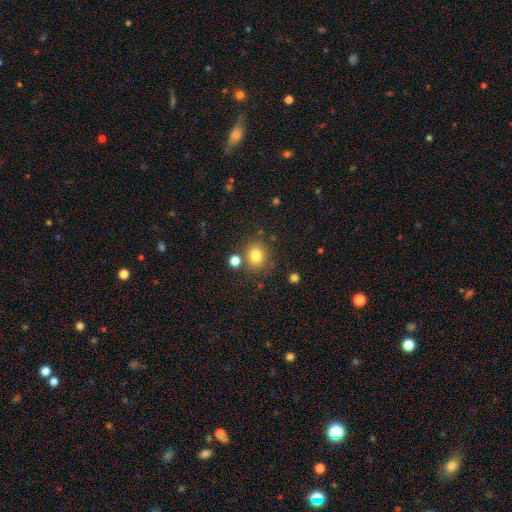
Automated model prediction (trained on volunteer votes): Smooth or featured: smooth — 79% (star or artifact — 13%)
How rounded: round — 76% (in between — 23%)
Merging: none — 77% (minor disturbance — 10%)